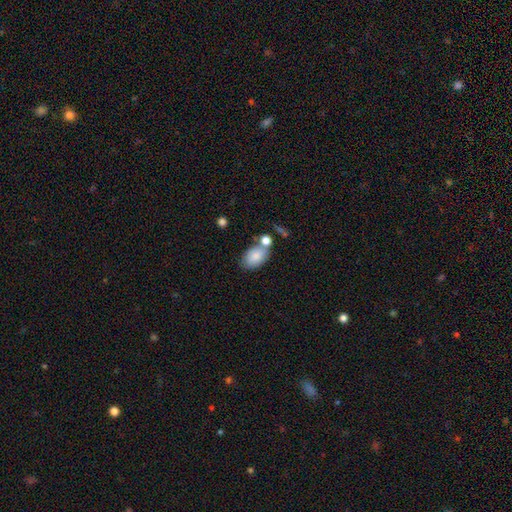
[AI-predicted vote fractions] smooth-or-featured: smooth: 83% | featured or disk: 10% | star or artifact: 7%
  how-rounded: in between: 90% | round: 8% | cigar-shaped: 1%
  merging: none: 56% | merger: 21% | minor disturbance: 17% | major disturbance: 5%